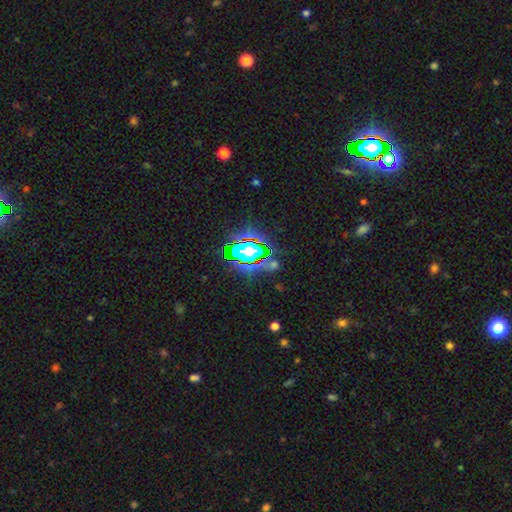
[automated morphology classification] smooth_or_featured: star or artifact (p=0.64) [alt: smooth p=0.21]